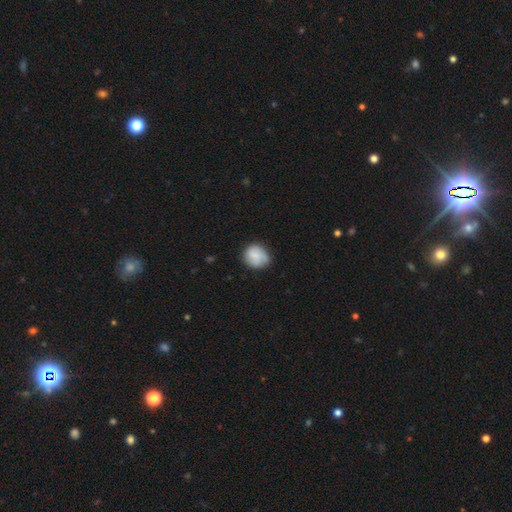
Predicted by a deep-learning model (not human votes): Q: Smooth or featured?
A: smooth (79%); runner-up: featured or disk (14%)
Q: How rounded?
A: round (78%); runner-up: in between (21%)
Q: Merging?
A: none (69%); runner-up: minor disturbance (24%)